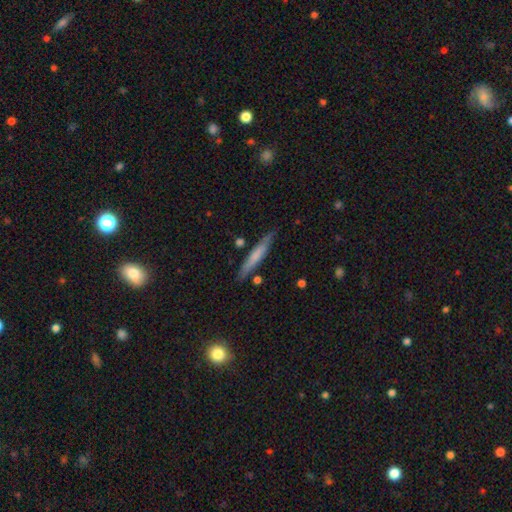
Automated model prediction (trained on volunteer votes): Smooth or featured?
  - smooth: 59% *
  - featured or disk: 35%
  - star or artifact: 6%
How rounded?
  - cigar-shaped: 93% *
  - in between: 5%
  - round: 2%
Merging?
  - none: 83% *
  - minor disturbance: 12%
  - merger: 3%
  - major disturbance: 2%